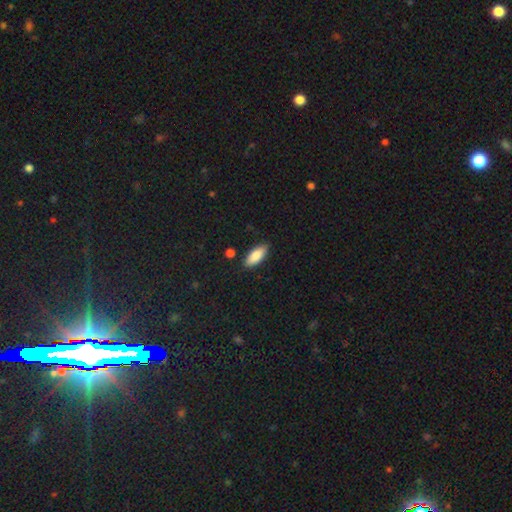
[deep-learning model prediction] smooth-or-featured: smooth: 87% | featured or disk: 7% | star or artifact: 6%
  how-rounded: in between: 82% | cigar-shaped: 16% | round: 2%
  merging: none: 85% | minor disturbance: 11% | major disturbance: 2% | merger: 2%